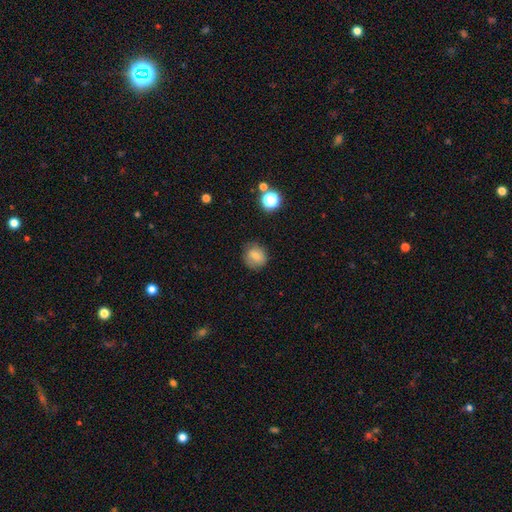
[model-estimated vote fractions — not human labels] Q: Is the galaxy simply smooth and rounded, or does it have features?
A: smooth — 75%.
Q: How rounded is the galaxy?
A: round — 75%.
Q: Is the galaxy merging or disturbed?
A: none — 79%.